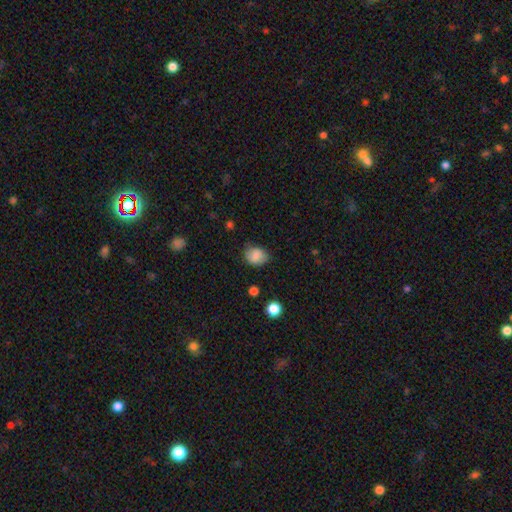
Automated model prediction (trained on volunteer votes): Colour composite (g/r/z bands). It shows a smooth galaxy with no disk features (82%) that is in between round and cigar-shaped (56%). Merging: none (72%).